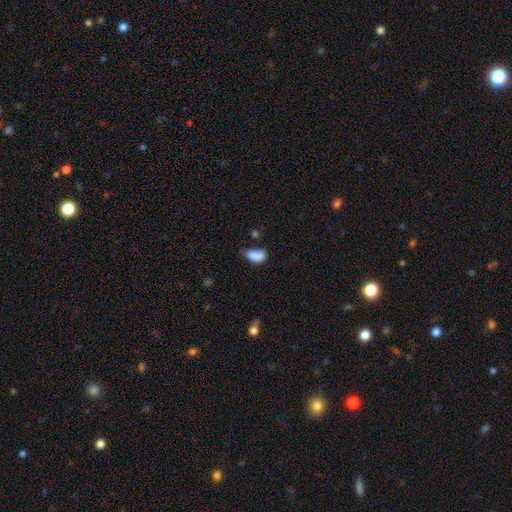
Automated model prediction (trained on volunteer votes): Smooth or featured? Predicted: smooth (p=0.86). How rounded? Predicted: in between (p=0.91). Merging? Predicted: minor disturbance (p=0.42, tied with none).